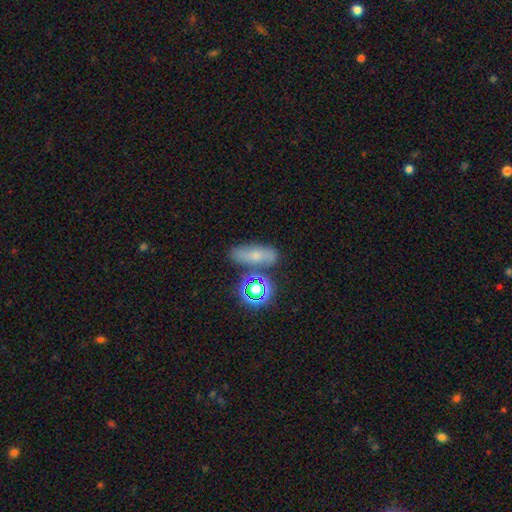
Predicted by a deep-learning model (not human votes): smooth-or-featured: smooth: 55% | star or artifact: 23% | featured or disk: 22%
  how-rounded: in between: 55% | cigar-shaped: 26% | round: 19%
  merging: none: 68% | minor disturbance: 15% | merger: 12% | major disturbance: 5%